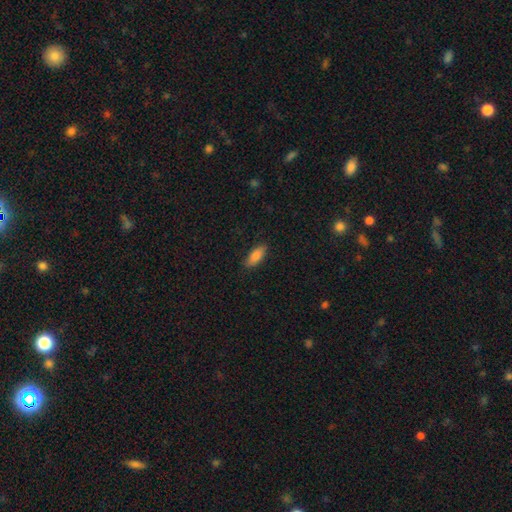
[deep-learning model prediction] Smooth or featured?
  - smooth: 85% *
  - featured or disk: 8%
  - star or artifact: 7%
How rounded?
  - in between: 78% *
  - cigar-shaped: 20%
  - round: 2%
Merging?
  - none: 85% *
  - minor disturbance: 12%
  - major disturbance: 2%
  - merger: 1%